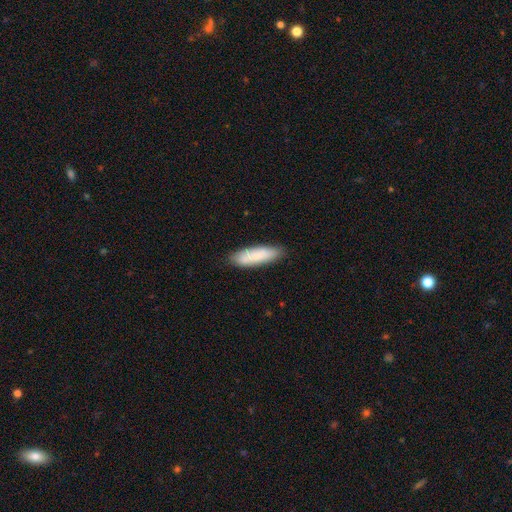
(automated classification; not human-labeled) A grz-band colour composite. It shows a smooth galaxy with no disk features (84%) that is cigar-shaped (58%). Merging: none (83%).